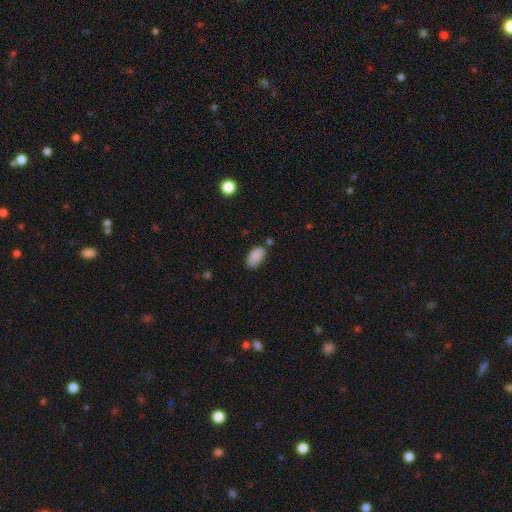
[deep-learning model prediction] The model was most divided on "merging": none: 69%, minor disturbance: 21%, merger: 6%, major disturbance: 4%. More confident: how rounded — in between (93%); smooth or featured — smooth (87%).